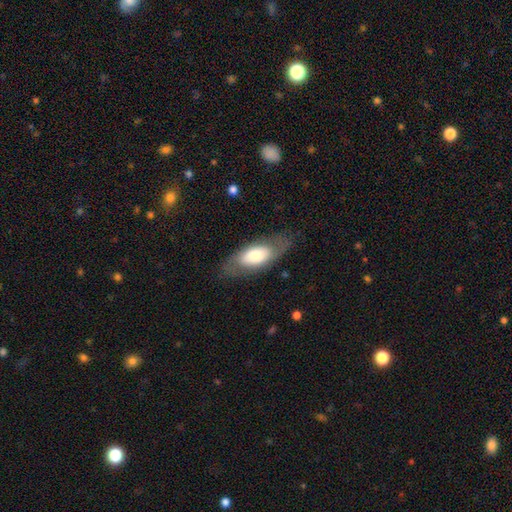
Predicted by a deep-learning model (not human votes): Smooth or featured: smooth — 56% (featured or disk — 38%)
How rounded: in between — 84% (cigar-shaped — 12%)
Merging: none — 75% (minor disturbance — 16%)